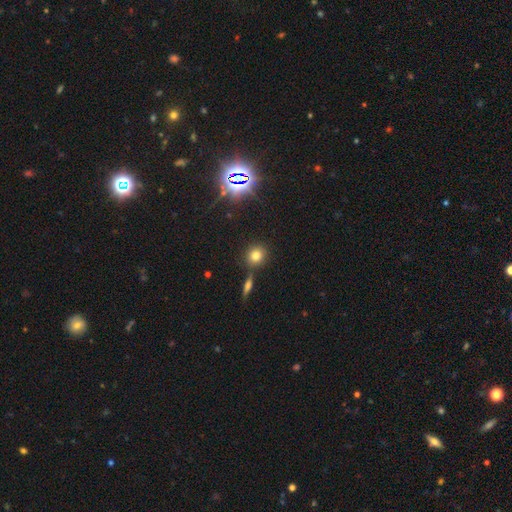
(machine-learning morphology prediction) A smooth galaxy with no disk features (73%) that is round (82%). Merging: none (80%).